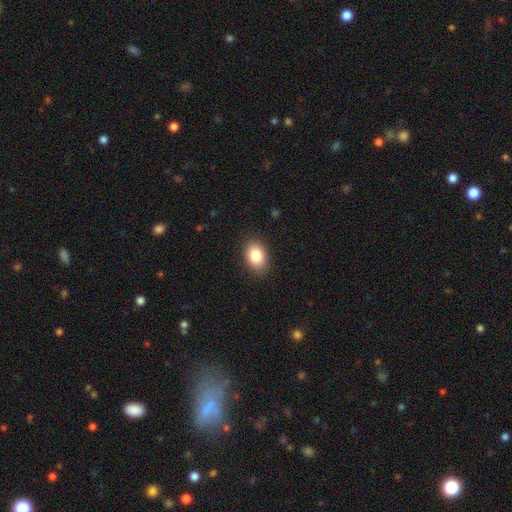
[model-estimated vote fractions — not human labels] Overall: smooth (85%). How rounded: in between (83%). Merging: none (88%).